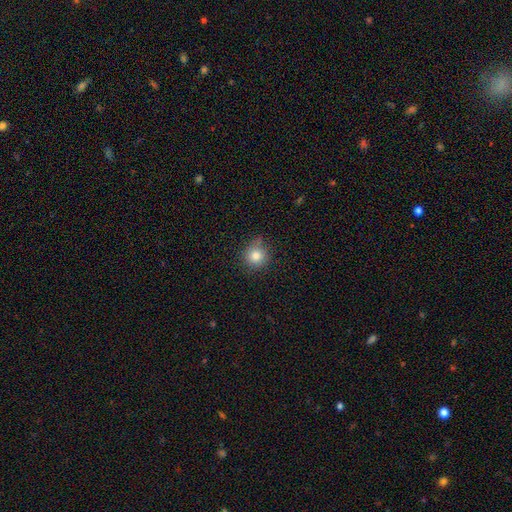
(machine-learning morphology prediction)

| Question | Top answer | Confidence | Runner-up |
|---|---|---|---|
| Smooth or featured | smooth | 82% | star or artifact (11%) |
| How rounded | round | 90% | in between (9%) |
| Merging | none | 74% | minor disturbance (19%) |